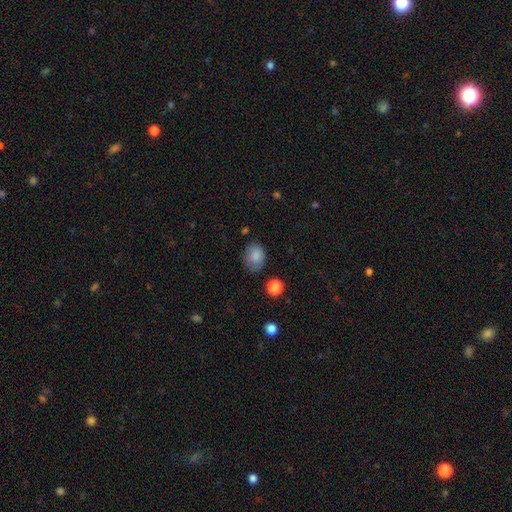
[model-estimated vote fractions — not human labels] Morphology: type=smooth (85%); roundness=in between (61%); merging=none (73%).